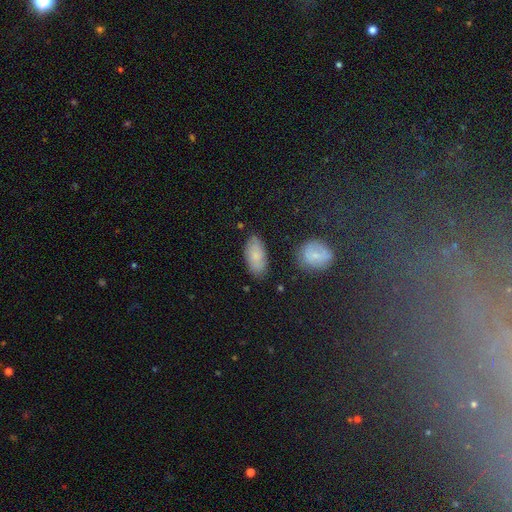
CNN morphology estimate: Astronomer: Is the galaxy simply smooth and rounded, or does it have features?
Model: smooth — 77%.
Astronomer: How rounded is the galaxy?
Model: in between — 93%.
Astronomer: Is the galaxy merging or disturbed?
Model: none — 77%.